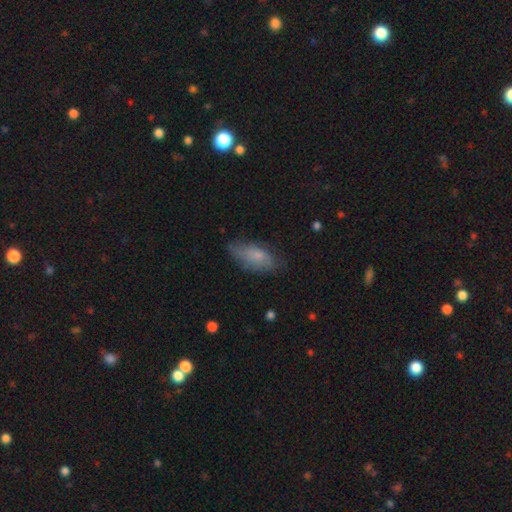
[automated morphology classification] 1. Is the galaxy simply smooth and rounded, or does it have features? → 71% smooth, 22% featured or disk, 7% star or artifact.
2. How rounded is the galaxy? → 86% in between, 11% cigar-shaped, 3% round.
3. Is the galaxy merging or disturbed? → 61% none, 29% minor disturbance, 9% major disturbance, 2% merger.